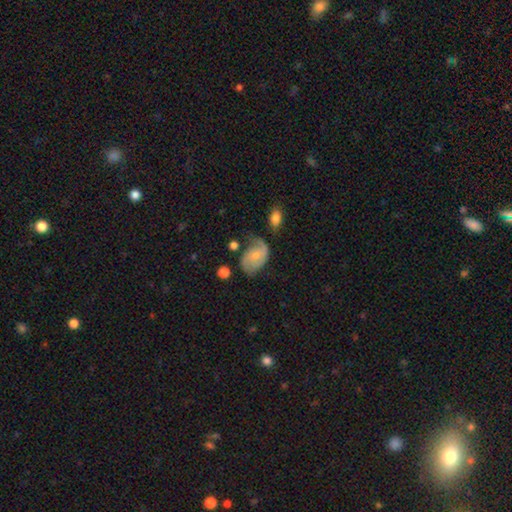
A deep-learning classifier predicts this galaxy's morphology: smooth_or_featured: featured or disk (p=0.58) [alt: smooth p=0.34]
disk_edge_on: no (p=0.97) [alt: yes p=0.03]
bar: no (p=0.67) [alt: weak p=0.28]
has_spiral_arms: yes (p=0.85) [alt: no p=0.15]
bulge_size: small (p=0.69) [alt: moderate p=0.24]
merging: none (p=0.44) [alt: minor disturbance p=0.32]